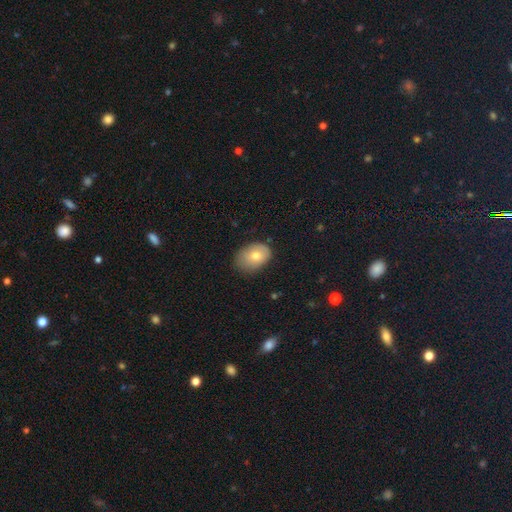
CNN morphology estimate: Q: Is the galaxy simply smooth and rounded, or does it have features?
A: smooth — 73%.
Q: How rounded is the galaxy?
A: in between — 78%.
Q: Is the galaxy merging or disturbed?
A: none — 63%.